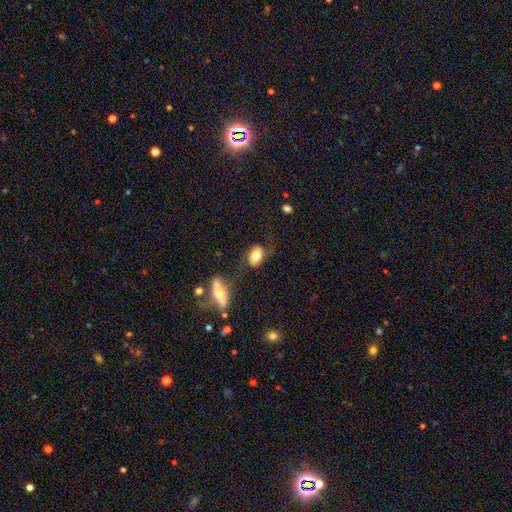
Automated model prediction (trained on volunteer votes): Morphology: type=smooth (64%); roundness=in between (87%); merging=none (58%).